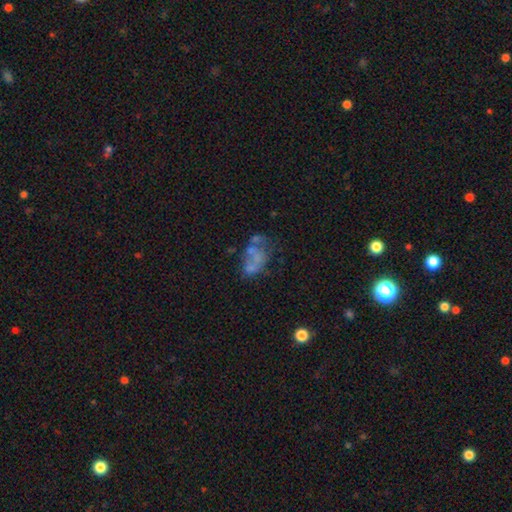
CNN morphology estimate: Q: Smooth or featured?
A: featured or disk (51%); runner-up: smooth (35%)
Q: Edge-on disk?
A: no (98%); runner-up: yes (2%)
Q: Merging?
A: none (30%); runner-up: major disturbance (27%)